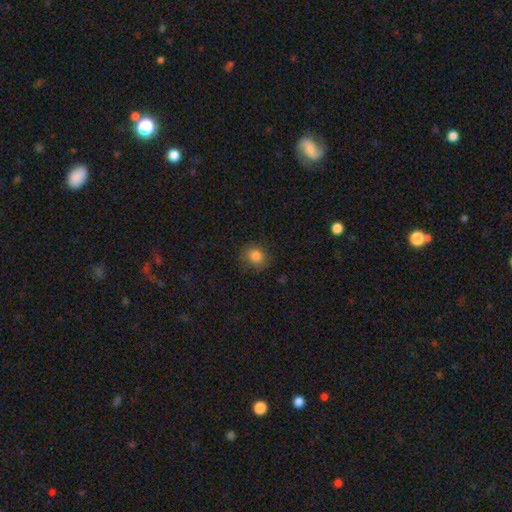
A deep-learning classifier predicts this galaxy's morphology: A smooth galaxy with no disk features (83%) that is round (75%). Merging: none (81%).